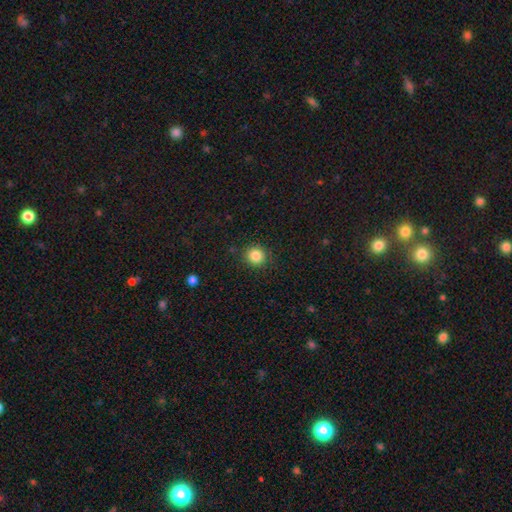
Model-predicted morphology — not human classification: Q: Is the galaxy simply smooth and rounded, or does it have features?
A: smooth — 85%.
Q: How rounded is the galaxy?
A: round — 91%.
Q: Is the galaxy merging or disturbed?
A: none — 89%.